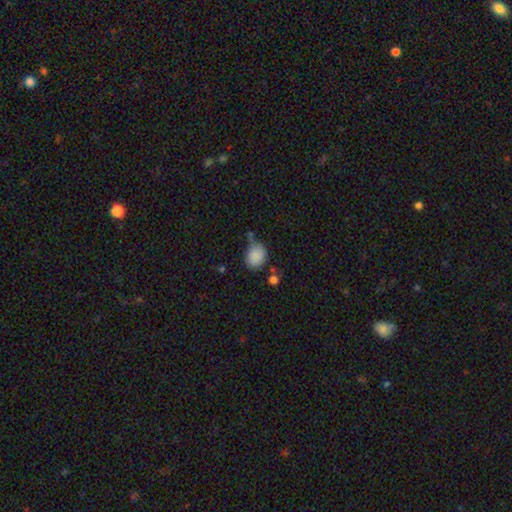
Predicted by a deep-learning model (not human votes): Overall: smooth (86%). How rounded: round (56%; in between 43%). Merging: none (55%; minor disturbance 26%).